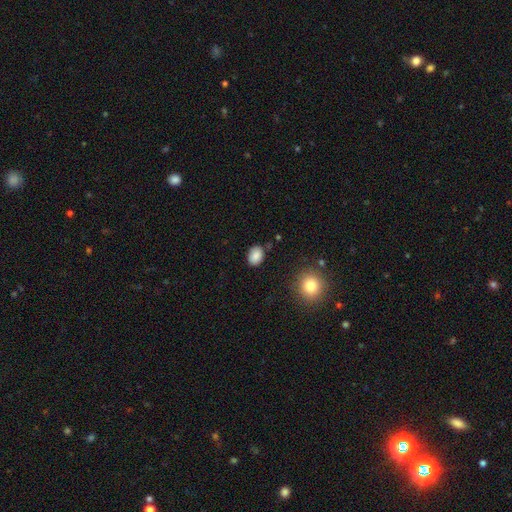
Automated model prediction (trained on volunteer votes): Q: Smooth or featured?
A: smooth (85%); runner-up: star or artifact (9%)
Q: How rounded?
A: in between (70%); runner-up: round (29%)
Q: Merging?
A: none (81%); runner-up: minor disturbance (14%)